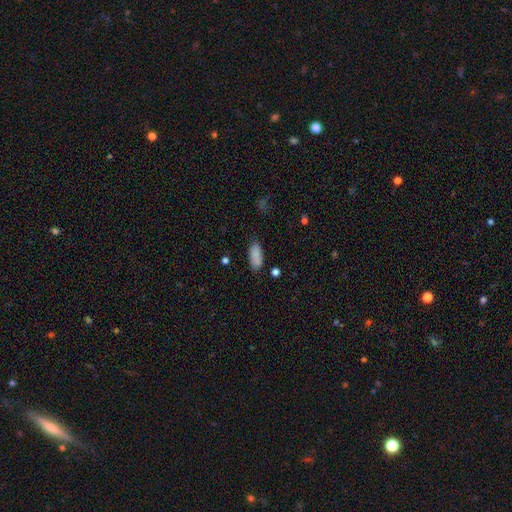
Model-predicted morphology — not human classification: Overall: smooth (87%). How rounded: in between (85%). Merging: none (77%).